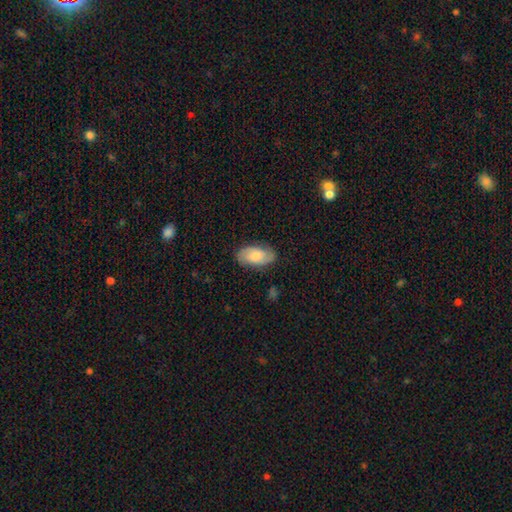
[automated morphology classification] This appears to be a smooth galaxy with no disk features (63%) that is in between round and cigar-shaped (93%). Merging: none (82%).